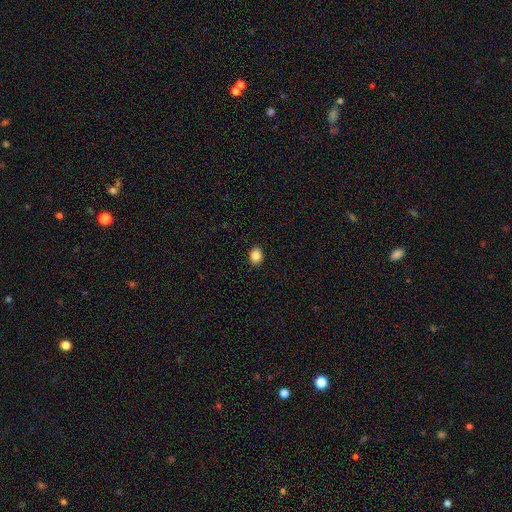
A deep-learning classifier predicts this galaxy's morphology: type=smooth (86%); roundness=in between (52%); merging=none (91%).